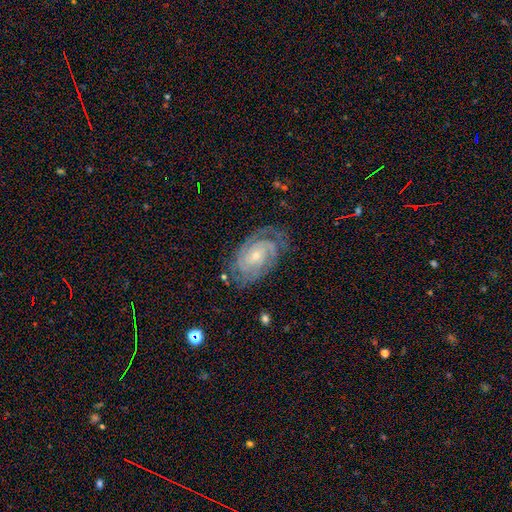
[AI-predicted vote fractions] A featured or disk galaxy (88%) with no bar (67%), 2 (38%) tight (75%) spiral arms (97%) and a small central bulge (71%). Merging: none (72%).